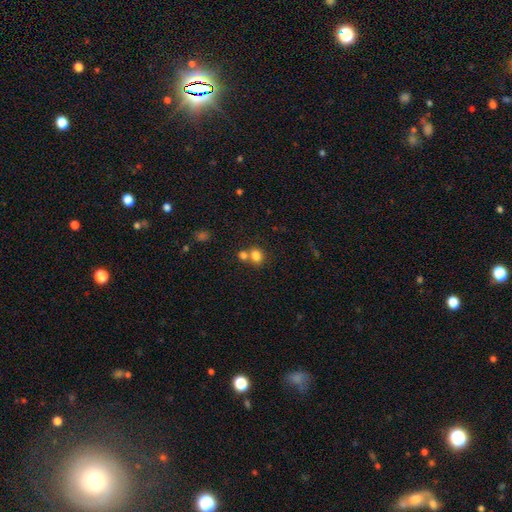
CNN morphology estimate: Smooth or featured? smooth (80%)
How rounded? round (63%)
Merging? none (48%)